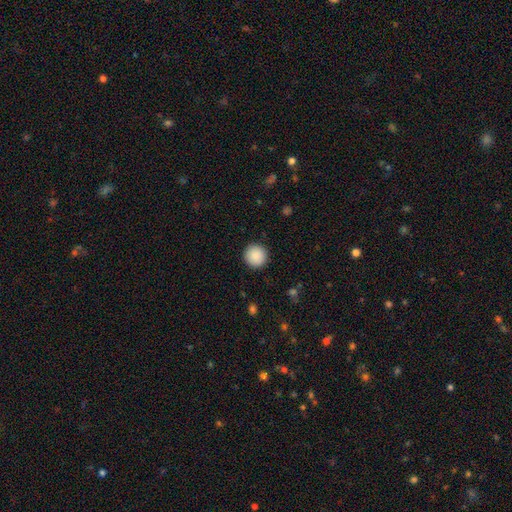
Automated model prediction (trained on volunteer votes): The model was most divided on "smooth or featured": smooth: 89%, star or artifact: 8%, featured or disk: 3%. More confident: how rounded — round (96%); merging — none (92%).